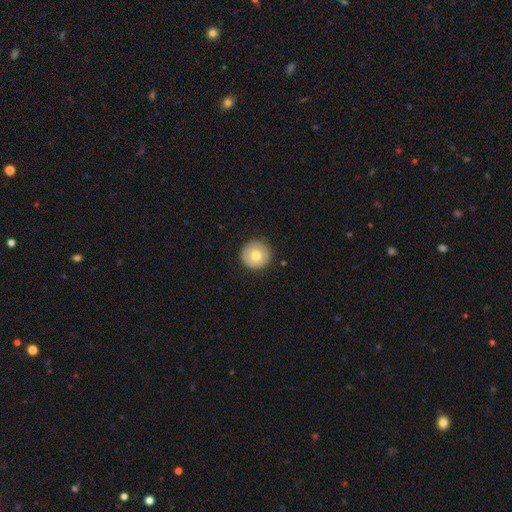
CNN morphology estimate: Overall: smooth (68%). How rounded: round (96%). Merging: none (86%).